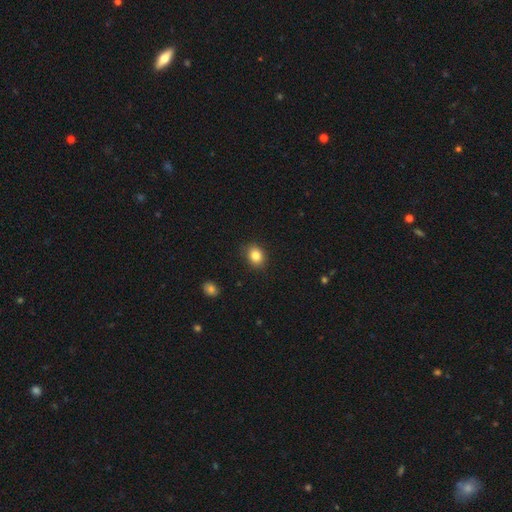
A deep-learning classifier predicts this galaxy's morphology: This is clearly a smooth galaxy (84%). How rounded: possibly in between (51%). Merging: clearly none (88%).